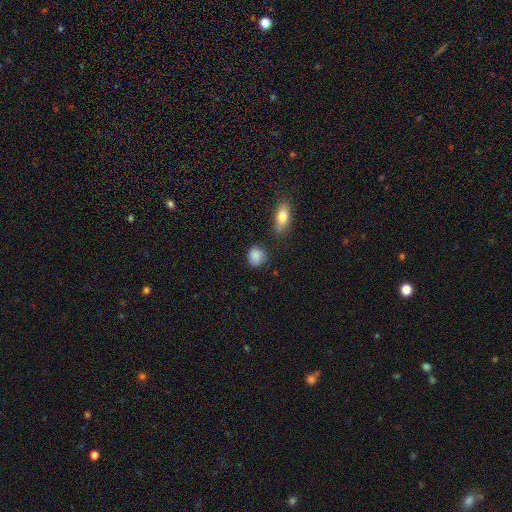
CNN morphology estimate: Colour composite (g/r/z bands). It shows a smooth galaxy with no disk features (79%) that is round (70%). Merging: none (67%).